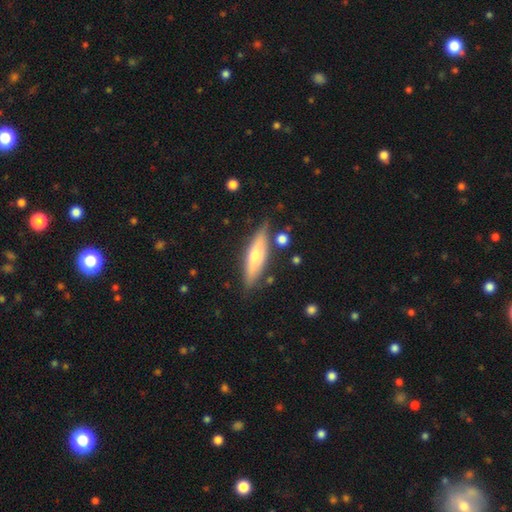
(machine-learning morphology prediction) A featured or disk galaxy (47%).

Vote fractions:
- Smooth or featured? featured or disk: 47% / smooth: 46% / star or artifact: 7%
- Merging? none: 80% / minor disturbance: 13% / merger: 4% / major disturbance: 3%